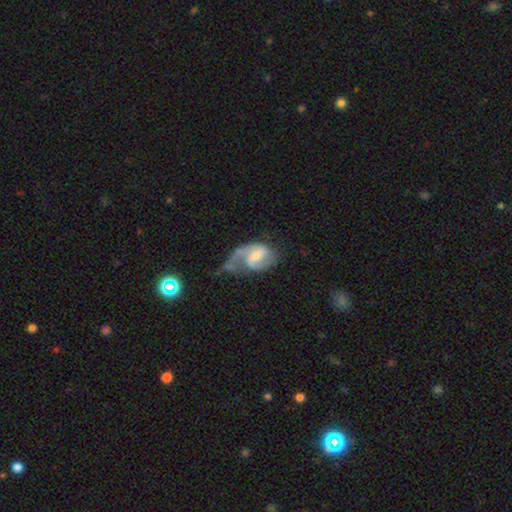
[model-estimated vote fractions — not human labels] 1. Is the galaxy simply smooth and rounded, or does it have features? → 82% featured or disk, 13% smooth, 5% star or artifact.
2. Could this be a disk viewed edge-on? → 98% no, 2% yes.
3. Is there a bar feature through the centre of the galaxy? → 54% weak, 31% no, 15% strong.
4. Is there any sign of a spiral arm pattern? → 95% yes, 5% no.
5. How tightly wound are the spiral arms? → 48% medium, 30% loose, 22% tight.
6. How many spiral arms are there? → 69% 2, 21% 1, 6% can't tell, 2% 3, 1% 4, 1% more than 4.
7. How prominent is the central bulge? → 45% small, 42% moderate, 7% none, 4% large, 1% dominant.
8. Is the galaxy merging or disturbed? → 37% major disturbance, 31% none, 26% minor disturbance, 6% merger.